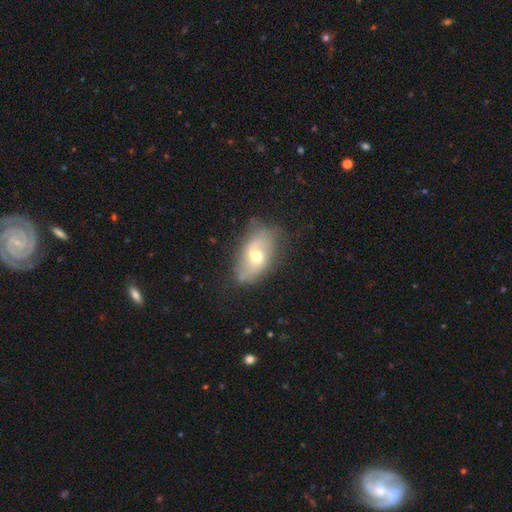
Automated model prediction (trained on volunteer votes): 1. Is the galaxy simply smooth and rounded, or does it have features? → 53% featured or disk, 39% smooth, 8% star or artifact.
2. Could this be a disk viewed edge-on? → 89% no, 11% yes.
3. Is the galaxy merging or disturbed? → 67% none, 23% minor disturbance, 8% major disturbance, 2% merger.